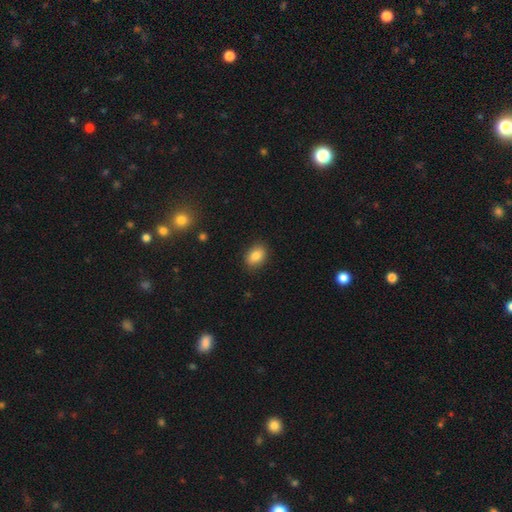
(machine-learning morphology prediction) A smooth galaxy with no disk features (85%) that is in between round and cigar-shaped (74%). Merging: none (87%).